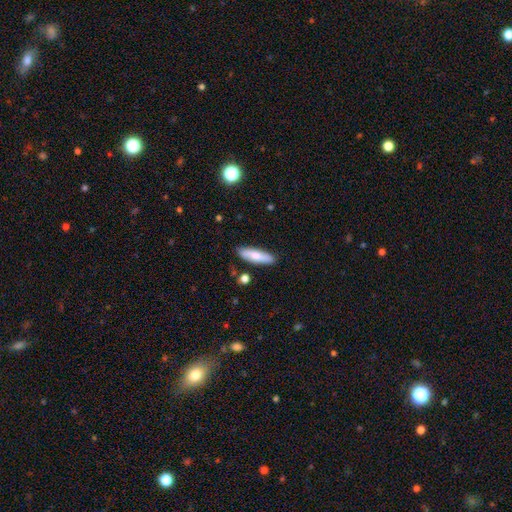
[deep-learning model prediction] This appears to be a smooth galaxy with no disk features (73%) that is cigar-shaped (62%). Merging: none (85%).